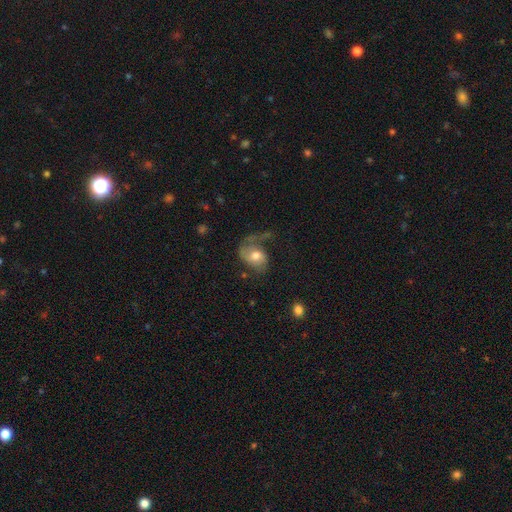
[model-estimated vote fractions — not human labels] Overall: featured or disk (60%; smooth 33%). Edge-on disk: no (97%). Bar: no (63%; weak 30%). Spiral arms: yes (84%). Bulge size: moderate (67%). Merging: major disturbance (39%; none 36%).